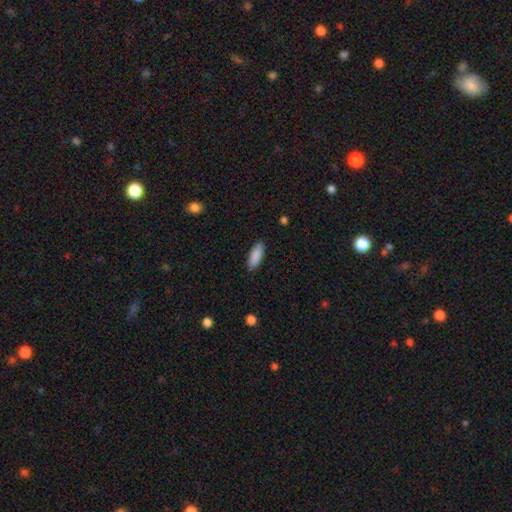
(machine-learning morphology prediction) The model was most divided on "how rounded": in between: 76%, cigar-shaped: 22%, round: 2%. More confident: smooth or featured — smooth (90%); merging — none (88%).